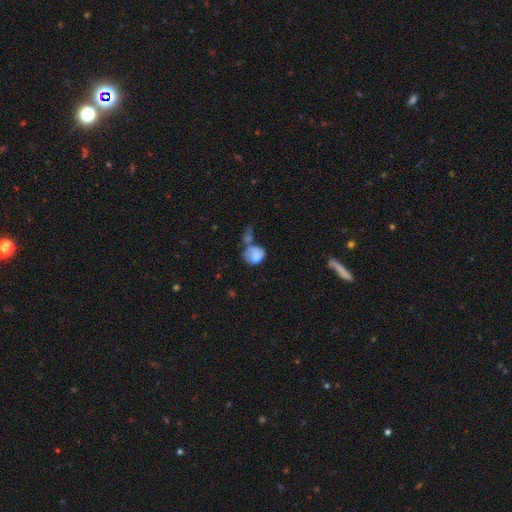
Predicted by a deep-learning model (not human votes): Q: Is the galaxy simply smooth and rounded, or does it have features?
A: smooth — 70%.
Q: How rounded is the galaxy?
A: in between — 61%.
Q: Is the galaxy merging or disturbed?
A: merger — 41%.